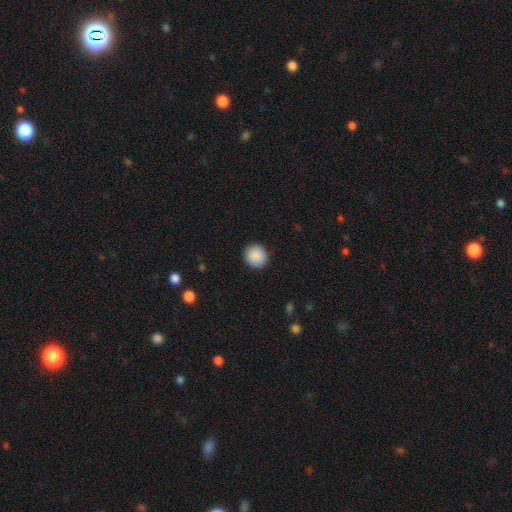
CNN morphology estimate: Smooth or featured: smooth — 90% (star or artifact — 7%)
How rounded: round — 92% (in between — 7%)
Merging: none — 92% (minor disturbance — 5%)